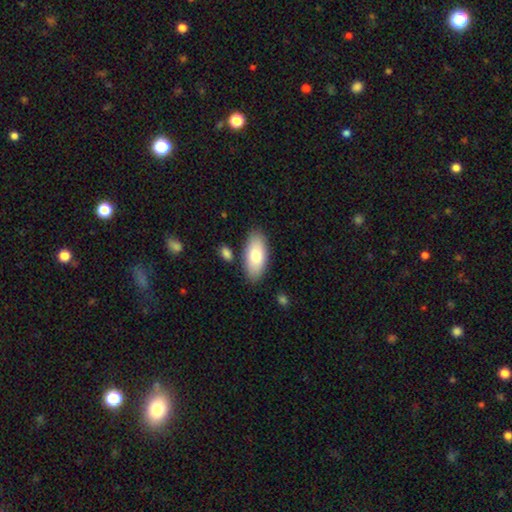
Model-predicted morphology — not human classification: Smooth or featured? Predicted: smooth (p=0.78). How rounded? Predicted: in between (p=0.91). Merging? Predicted: none (p=0.84).